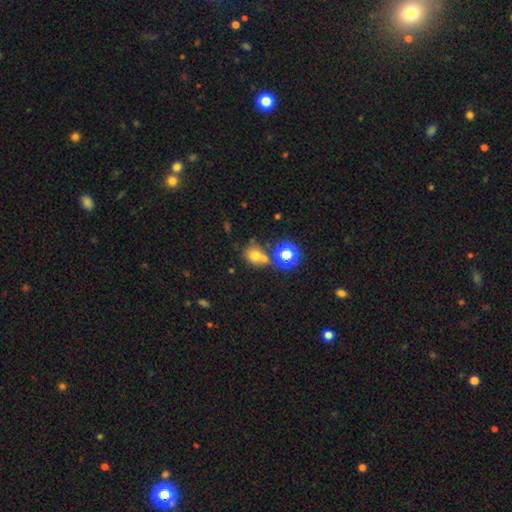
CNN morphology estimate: A smooth galaxy with no disk features (69%) that is round (72%). Merging: none (50%).